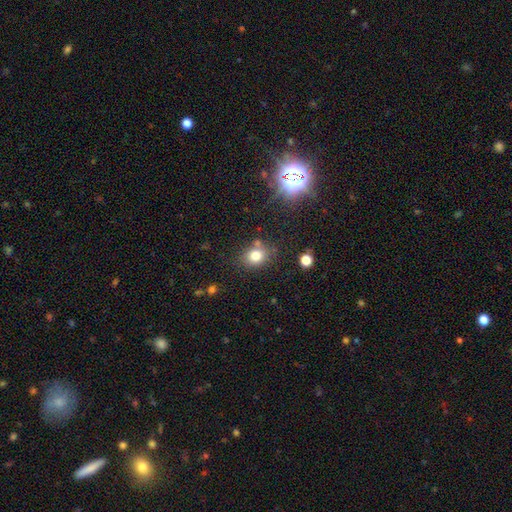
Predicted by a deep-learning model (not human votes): The model was most divided on "how rounded": round: 63%, in between: 36%, cigar-shaped: 1%. More confident: smooth or featured — smooth (78%); merging — none (71%).